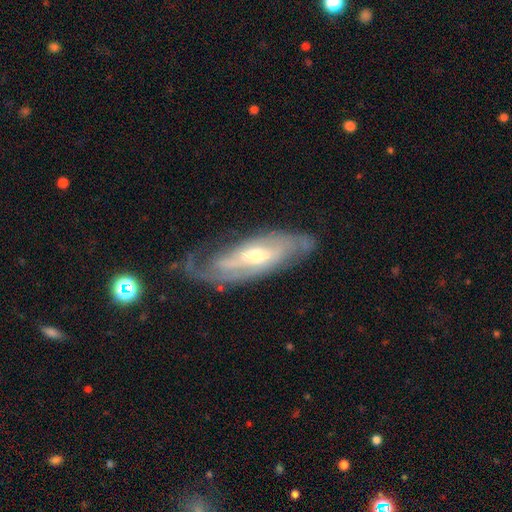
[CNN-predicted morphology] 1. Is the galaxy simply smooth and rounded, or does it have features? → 80% featured or disk, 15% smooth, 5% star or artifact.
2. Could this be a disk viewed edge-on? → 82% no, 18% yes.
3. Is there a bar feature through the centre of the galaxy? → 44% no, 37% weak, 19% strong.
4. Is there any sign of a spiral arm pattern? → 88% yes, 12% no.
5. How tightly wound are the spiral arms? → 45% tight, 36% medium, 18% loose.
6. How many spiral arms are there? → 47% 2, 34% can't tell, 7% 1, 6% 3, 3% 4, 3% more than 4.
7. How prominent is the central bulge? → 49% moderate, 46% small, 3% large, 1% none, 1% dominant.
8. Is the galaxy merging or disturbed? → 66% none, 21% minor disturbance, 11% major disturbance, 2% merger.